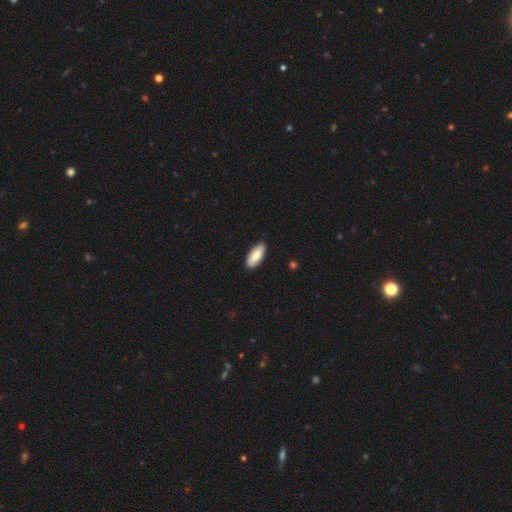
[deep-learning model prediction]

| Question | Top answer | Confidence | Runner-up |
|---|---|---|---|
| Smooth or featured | smooth | 80% | featured or disk (15%) |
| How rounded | in between | 83% | cigar-shaped (15%) |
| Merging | none | 89% | minor disturbance (9%) |